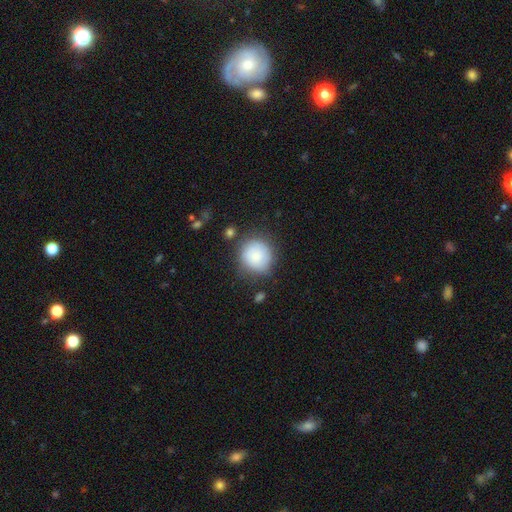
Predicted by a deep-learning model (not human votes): Smooth or featured? Predicted: smooth (p=0.77). How rounded? Predicted: round (p=0.88). Merging? Predicted: none (p=0.72).